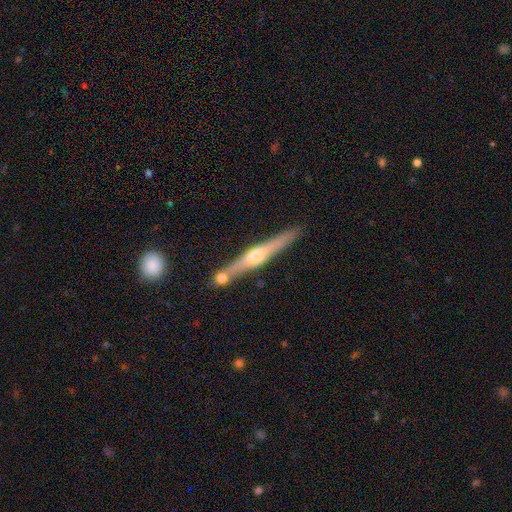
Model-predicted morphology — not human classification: The model was most divided on "smooth or featured": featured or disk: 73%, smooth: 21%, star or artifact: 6%. More confident: edge-on disk — yes (97%); edge-on bulge — rounded (87%); merging — none (81%).